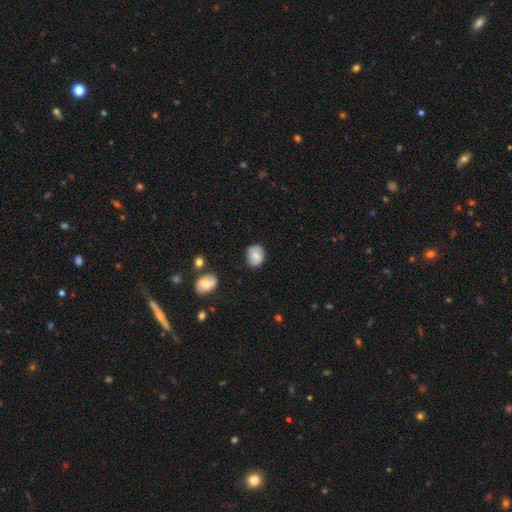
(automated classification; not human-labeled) Overall: smooth (75%). How rounded: round (54%; in between 45%). Merging: none (82%).